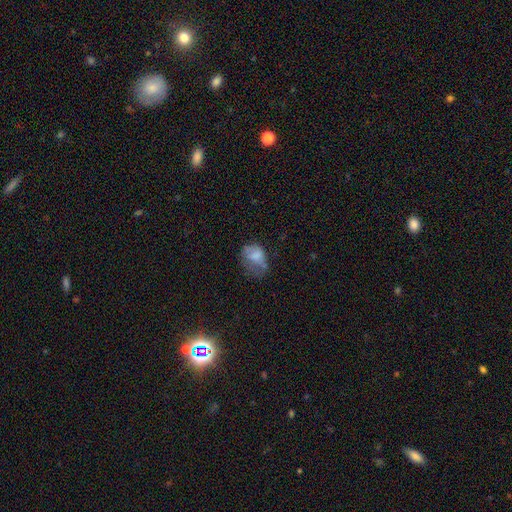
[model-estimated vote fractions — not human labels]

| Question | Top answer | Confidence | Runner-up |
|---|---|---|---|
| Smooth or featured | smooth | 65% | featured or disk (25%) |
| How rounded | in between | 72% | round (27%) |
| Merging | major disturbance | 34% | minor disturbance (32%) |